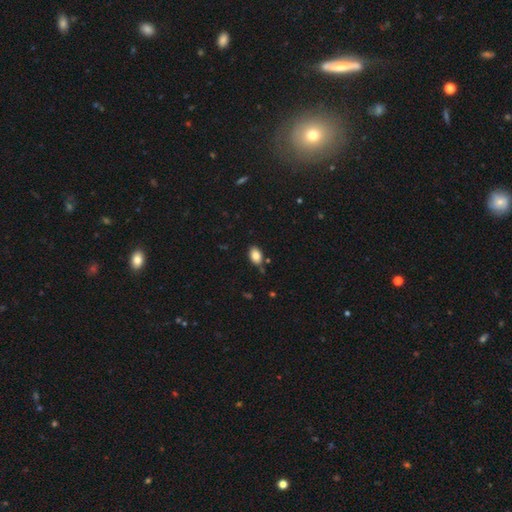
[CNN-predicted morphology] A smooth galaxy with no disk features (84%) that is in between round and cigar-shaped (88%). Merging: none (76%).